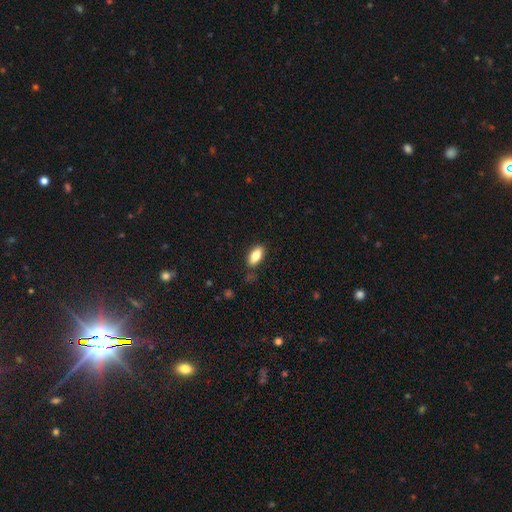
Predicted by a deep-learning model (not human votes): smooth_or_featured: smooth (p=0.81) [alt: featured or disk p=0.12]
how_rounded: in between (p=0.87) [alt: cigar-shaped p=0.10]
merging: none (p=0.83) [alt: minor disturbance p=0.12]